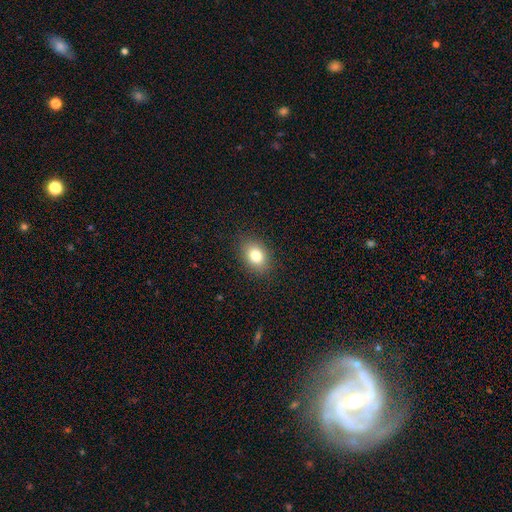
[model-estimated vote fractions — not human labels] A smooth galaxy with no disk features (80%) that is in between round and cigar-shaped (74%).

Vote fractions:
- Smooth or featured? smooth: 80% / star or artifact: 10% / featured or disk: 10%
- How rounded? in between: 74% / round: 25% / cigar-shaped: 1%
- Merging? none: 88% / minor disturbance: 9% / major disturbance: 3% / merger: 1%